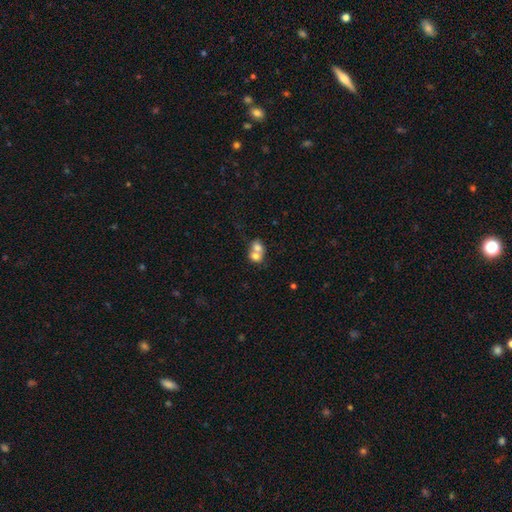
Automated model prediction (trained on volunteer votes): This appears to be a smooth galaxy with no disk features (70%) that is round (56%). Merging: merger (74%).